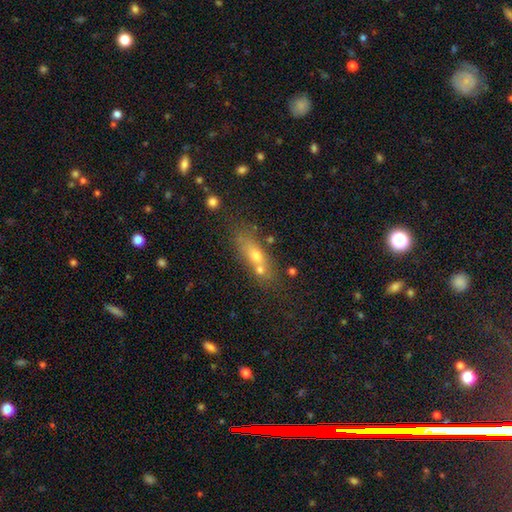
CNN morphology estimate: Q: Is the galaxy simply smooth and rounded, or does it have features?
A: smooth — 60%.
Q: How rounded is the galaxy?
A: in between — 53%.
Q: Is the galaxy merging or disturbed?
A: none — 46%.